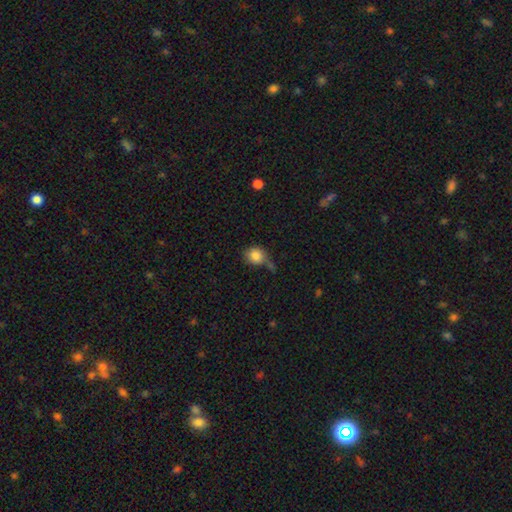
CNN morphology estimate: Smooth or featured: smooth — 83% (star or artifact — 9%)
How rounded: round — 72% (in between — 26%)
Merging: none — 44% (minor disturbance — 27%)